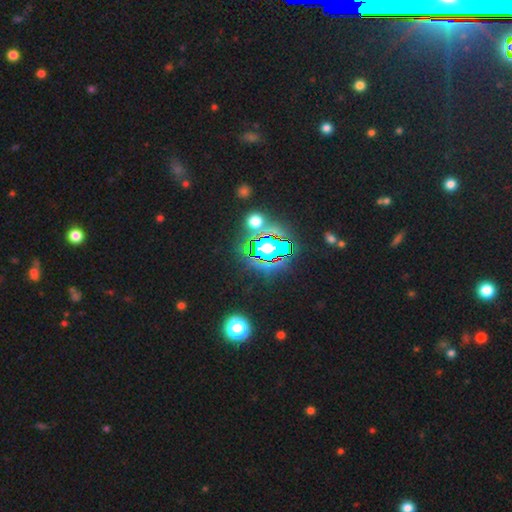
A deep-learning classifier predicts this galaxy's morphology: type=star or artifact (81%).